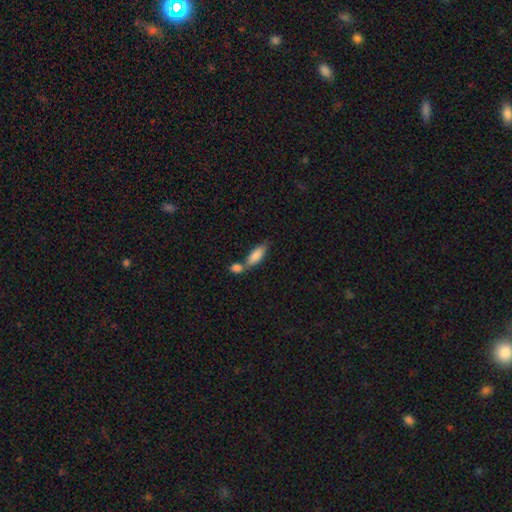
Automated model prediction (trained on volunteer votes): smooth_or_featured: smooth (p=0.83) [alt: featured or disk p=0.10]
how_rounded: in between (p=0.71) [alt: cigar-shaped p=0.26]
merging: merger (p=0.48) [alt: none p=0.38]